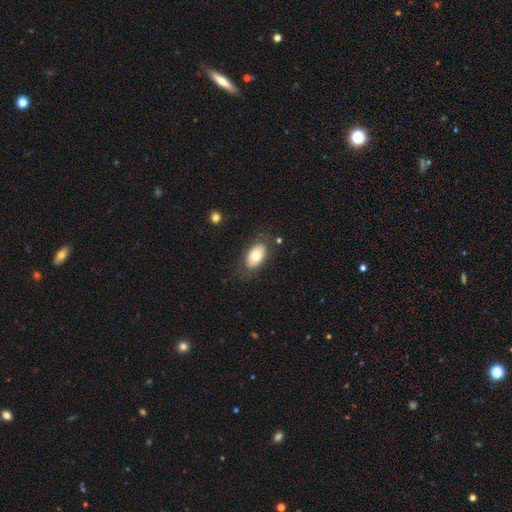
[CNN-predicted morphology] Smooth or featured?
  - smooth: 71% *
  - featured or disk: 22%
  - star or artifact: 7%
How rounded?
  - in between: 92% *
  - round: 6%
  - cigar-shaped: 2%
Merging?
  - none: 81% *
  - minor disturbance: 13%
  - major disturbance: 4%
  - merger: 2%